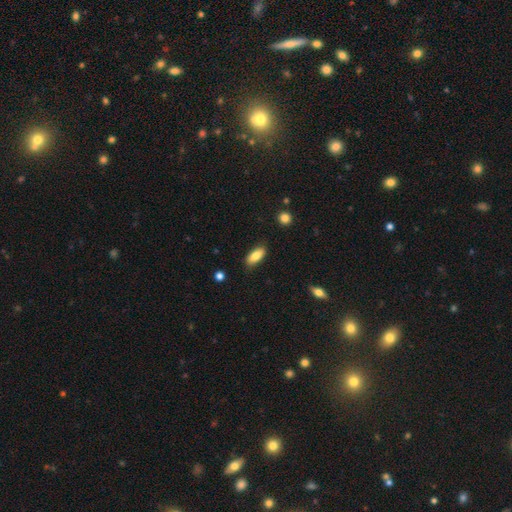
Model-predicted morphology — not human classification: Smooth or featured? Predicted: smooth (p=0.83). How rounded? Predicted: in between (p=0.80). Merging? Predicted: none (p=0.85).